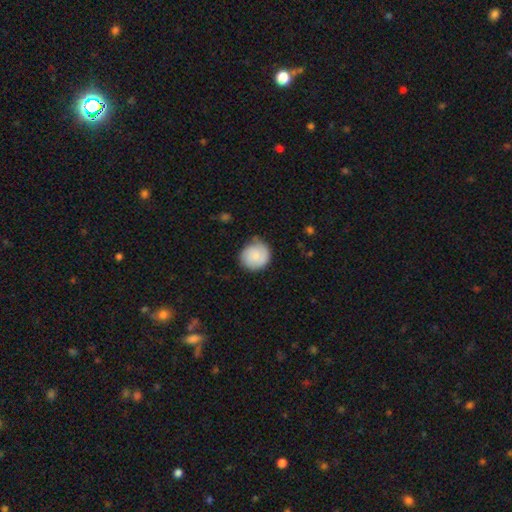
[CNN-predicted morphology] Smooth or featured? Predicted: smooth (p=0.77). How rounded? Predicted: round (p=0.89). Merging? Predicted: none (p=0.69).